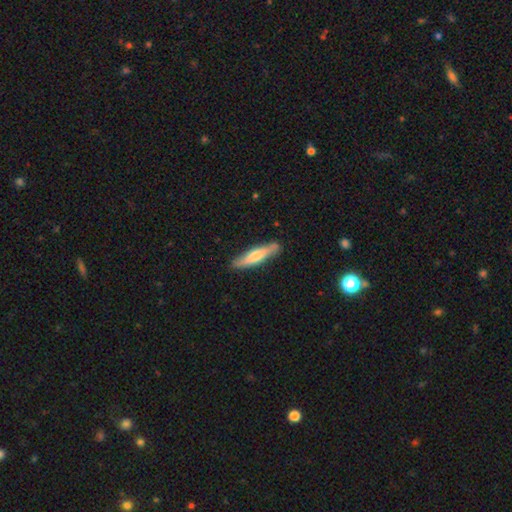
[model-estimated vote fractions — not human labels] A smooth galaxy with no disk features (61%) that is cigar-shaped (83%). Merging: none (84%).